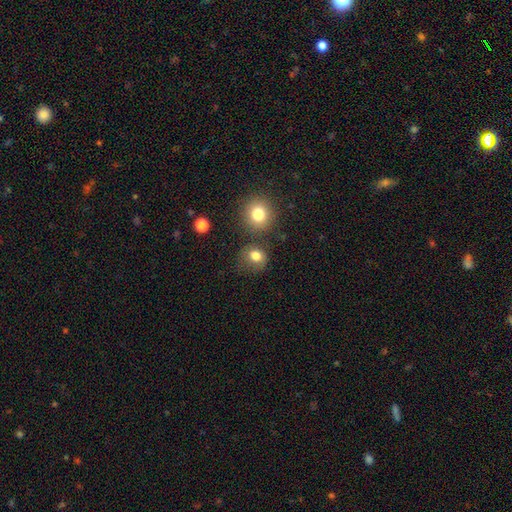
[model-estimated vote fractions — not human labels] A smooth galaxy with no disk features (80%) that is round (75%).

Vote fractions:
- Smooth or featured? smooth: 80% / star or artifact: 12% / featured or disk: 8%
- How rounded? round: 75% / in between: 24% / cigar-shaped: 1%
- Merging? none: 68% / minor disturbance: 16% / merger: 10% / major disturbance: 6%